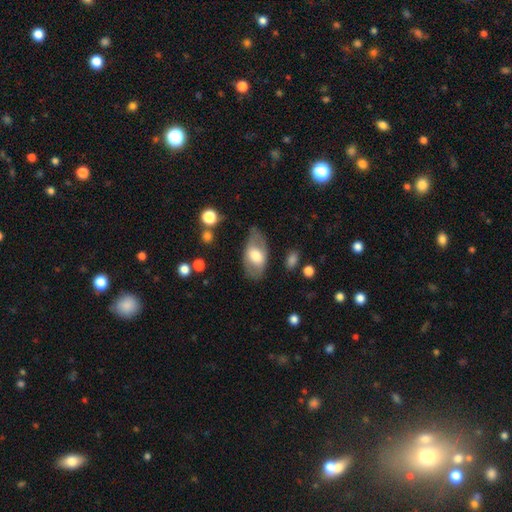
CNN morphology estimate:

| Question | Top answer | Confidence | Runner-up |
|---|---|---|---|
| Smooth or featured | smooth | 57% | featured or disk (37%) |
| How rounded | in between | 92% | round (5%) |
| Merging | none | 69% | minor disturbance (21%) |